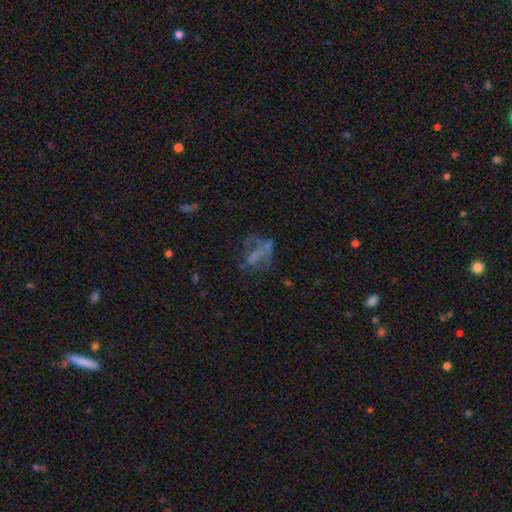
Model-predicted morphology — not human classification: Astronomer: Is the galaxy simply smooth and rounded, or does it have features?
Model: featured or disk — 46% (runner-up: smooth, 32%).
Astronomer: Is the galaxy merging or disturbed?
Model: major disturbance — 40% (runner-up: none, 33%).